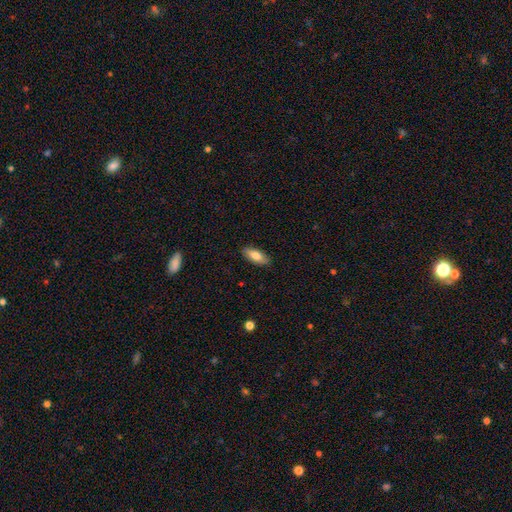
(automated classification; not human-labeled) smooth-or-featured: smooth: 76% | featured or disk: 18% | star or artifact: 6%
  how-rounded: in between: 79% | cigar-shaped: 19% | round: 2%
  merging: none: 87% | minor disturbance: 10% | major disturbance: 2% | merger: 1%